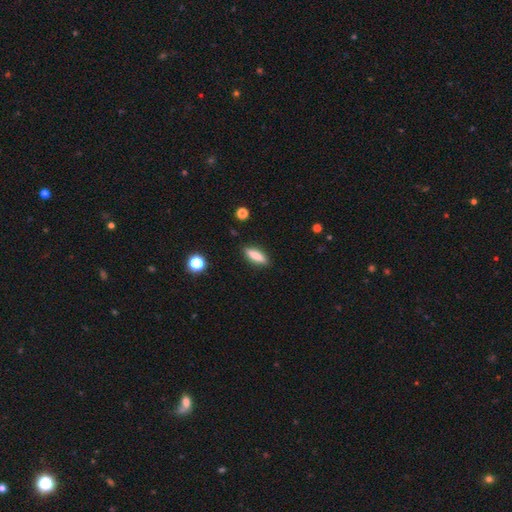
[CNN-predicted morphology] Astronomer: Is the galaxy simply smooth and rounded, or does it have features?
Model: smooth — 78%.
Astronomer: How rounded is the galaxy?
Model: cigar-shaped — 58% (runner-up: in between, 40%).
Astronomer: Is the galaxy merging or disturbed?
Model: none — 88%.